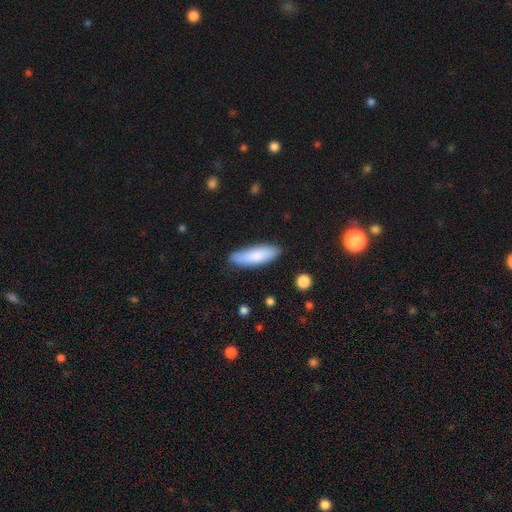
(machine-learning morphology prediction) Q: Smooth or featured?
A: smooth (82%); runner-up: featured or disk (12%)
Q: How rounded?
A: cigar-shaped (50%); runner-up: in between (48%)
Q: Merging?
A: none (84%); runner-up: minor disturbance (12%)